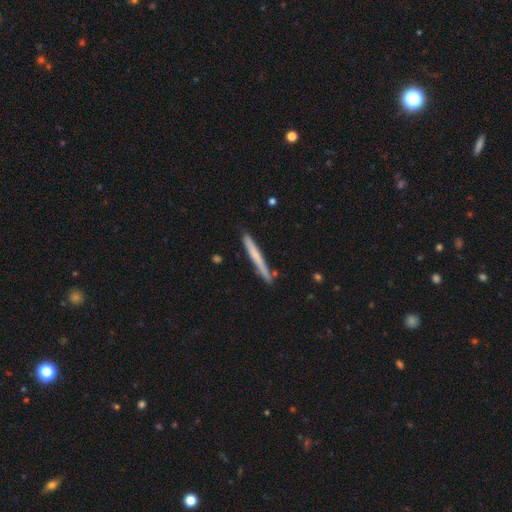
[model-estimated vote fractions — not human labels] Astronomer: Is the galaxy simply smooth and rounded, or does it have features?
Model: smooth — 61%.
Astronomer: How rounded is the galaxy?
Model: cigar-shaped — 97%.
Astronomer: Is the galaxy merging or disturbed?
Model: none — 84%.